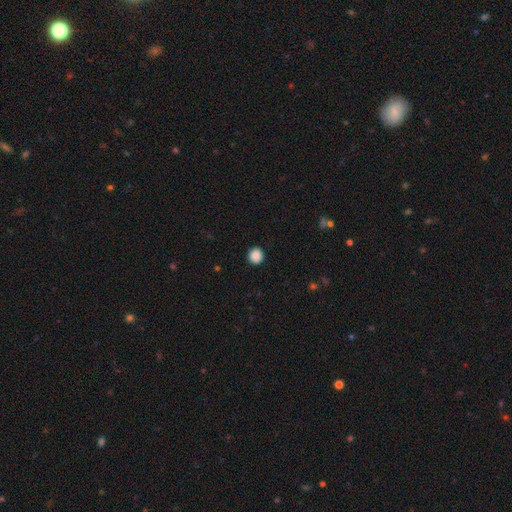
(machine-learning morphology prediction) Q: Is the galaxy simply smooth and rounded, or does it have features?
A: smooth — 89%.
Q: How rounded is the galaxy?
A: round — 87%.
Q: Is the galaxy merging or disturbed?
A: none — 91%.